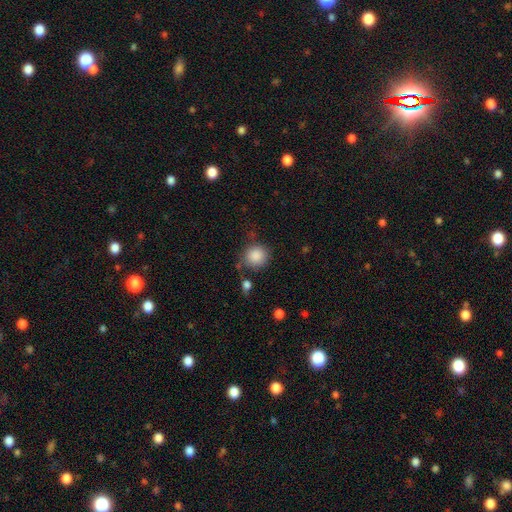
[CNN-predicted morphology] Q: Smooth or featured?
A: smooth (88%); runner-up: star or artifact (8%)
Q: How rounded?
A: round (89%); runner-up: in between (10%)
Q: Merging?
A: none (77%); runner-up: minor disturbance (14%)